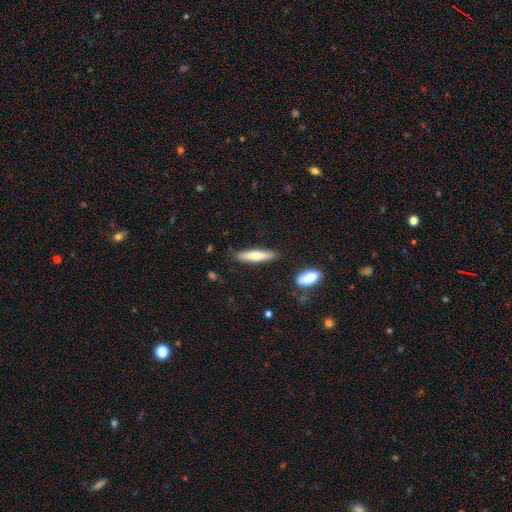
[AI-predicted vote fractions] The model was most divided on "smooth or featured": smooth: 69%, featured or disk: 25%, star or artifact: 6%. More confident: merging — none (86%); how rounded — cigar-shaped (83%).